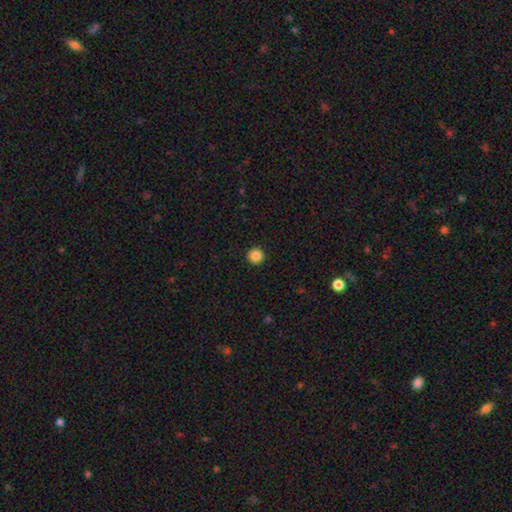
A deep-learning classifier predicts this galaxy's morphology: type=smooth (86%); roundness=round (96%); merging=none (93%).